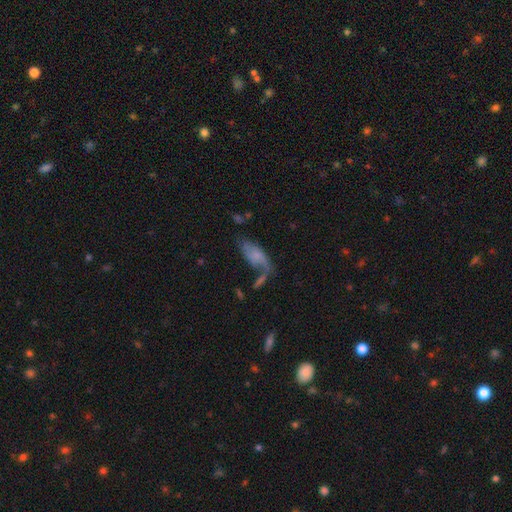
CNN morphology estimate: A smooth galaxy with no disk features (52%) that is in between round and cigar-shaped (76%). Merging: none (37%).